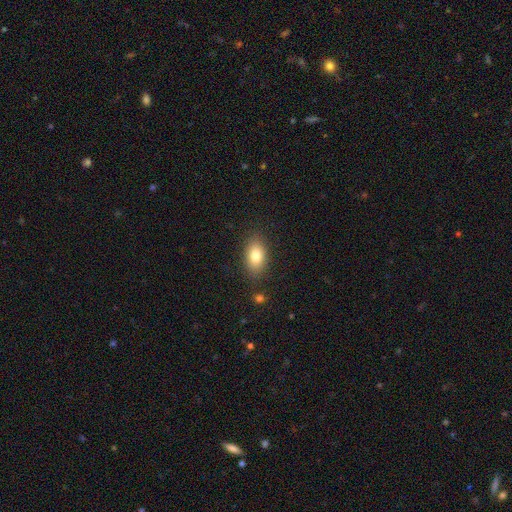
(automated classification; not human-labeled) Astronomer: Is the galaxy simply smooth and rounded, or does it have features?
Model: smooth — 80%.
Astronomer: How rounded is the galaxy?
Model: in between — 89%.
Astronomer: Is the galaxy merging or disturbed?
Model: none — 85%.